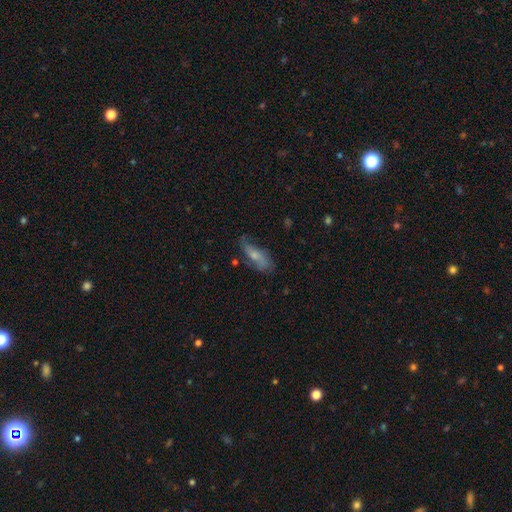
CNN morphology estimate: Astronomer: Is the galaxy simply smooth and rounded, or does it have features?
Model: smooth — 52% (runner-up: featured or disk, 40%).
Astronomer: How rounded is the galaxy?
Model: in between — 65%.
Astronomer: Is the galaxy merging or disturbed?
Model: none — 54% (runner-up: minor disturbance, 31%).